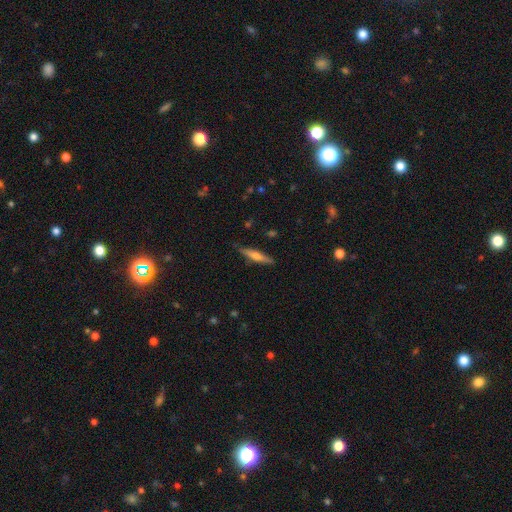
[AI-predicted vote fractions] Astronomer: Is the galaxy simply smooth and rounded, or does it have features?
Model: smooth — 50% (runner-up: featured or disk, 43%).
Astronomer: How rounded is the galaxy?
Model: cigar-shaped — 86%.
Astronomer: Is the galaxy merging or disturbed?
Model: none — 86%.